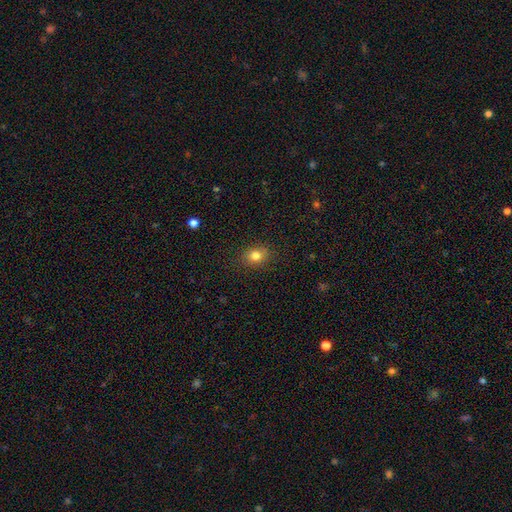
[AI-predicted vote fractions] Smooth or featured: smooth — 82% (star or artifact — 11%)
How rounded: round — 50% (in between — 49%)
Merging: none — 86% (minor disturbance — 10%)